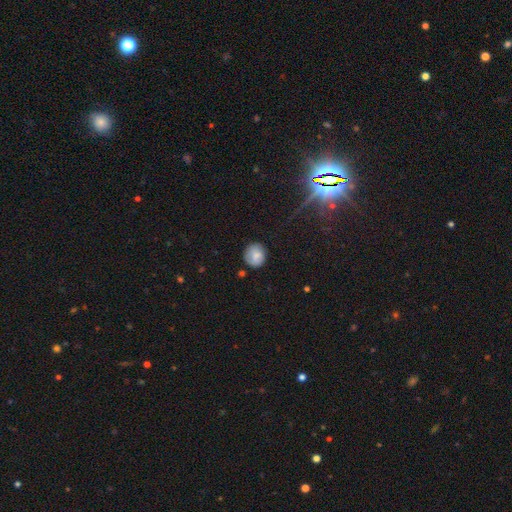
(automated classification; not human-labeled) This appears to be a smooth galaxy with no disk features (78%) that is round (83%). Merging: none (79%).